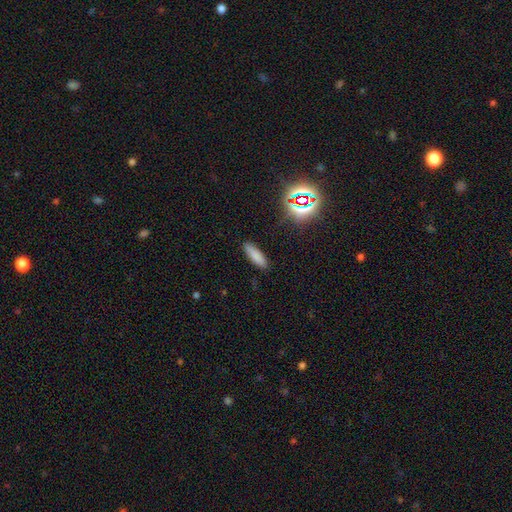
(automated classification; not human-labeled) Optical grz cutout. It shows a smooth galaxy with no disk features (80%) that is cigar-shaped (54%). Merging: none (87%).